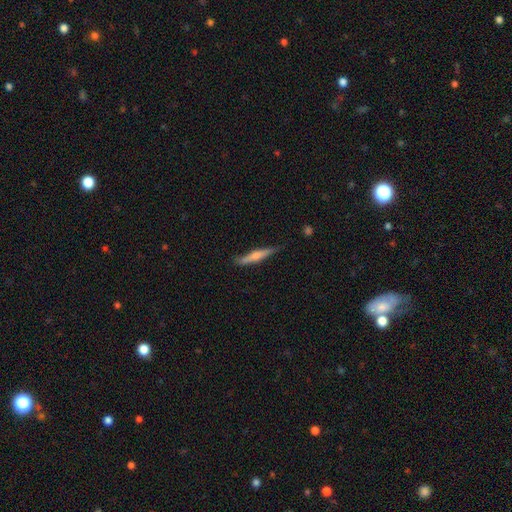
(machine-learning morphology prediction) Smooth or featured? smooth (54%)
How rounded? cigar-shaped (91%)
Merging? none (75%)